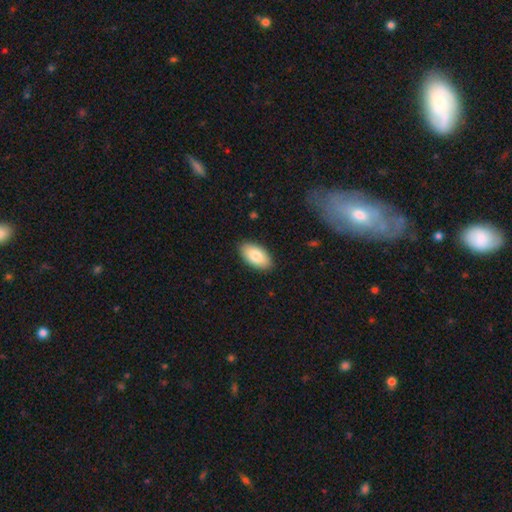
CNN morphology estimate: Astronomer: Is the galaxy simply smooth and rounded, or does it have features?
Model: smooth — 85%.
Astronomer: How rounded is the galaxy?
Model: in between — 95%.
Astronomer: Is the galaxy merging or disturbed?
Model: none — 88%.